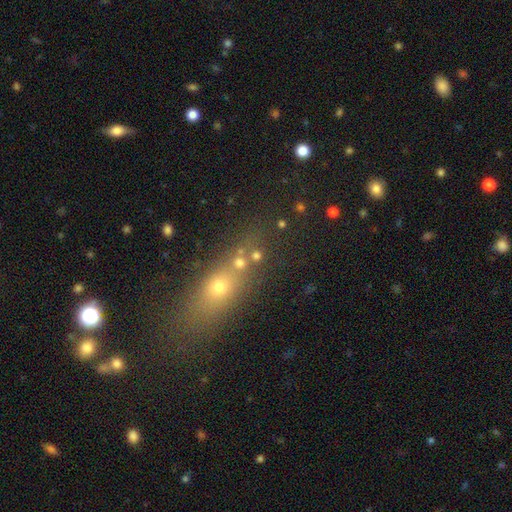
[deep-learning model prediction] Morphology: type=smooth (55%); roundness=round (55%); merging=none (57%).